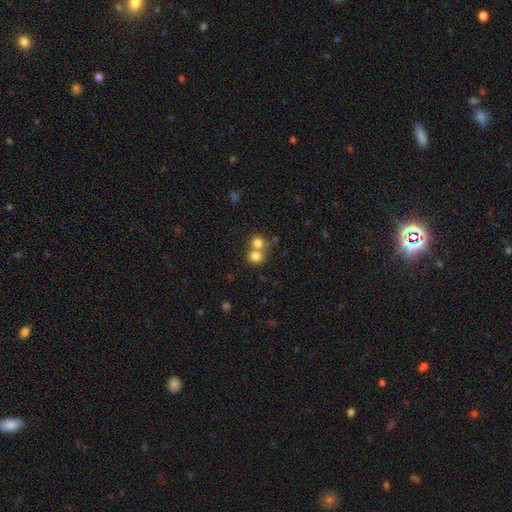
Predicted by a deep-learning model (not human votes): smooth 77%, star or artifact 12%, featured or disk 12%. Down the decision tree: how rounded — round (84%); merging — merger (52%).